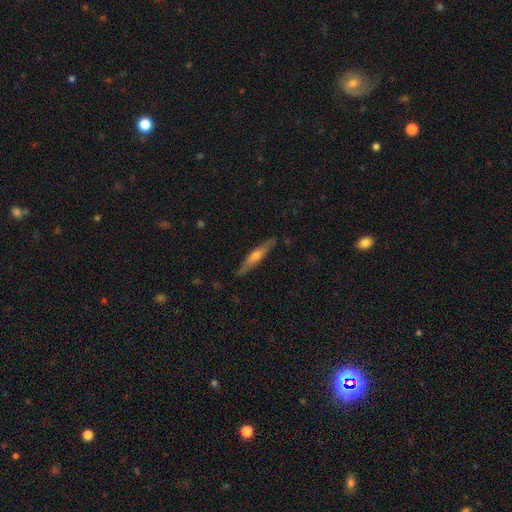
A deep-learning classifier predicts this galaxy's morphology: Smooth or featured? Predicted: featured or disk (p=0.58). Edge-on disk? Predicted: yes (p=0.92). Edge-on bulge? Predicted: rounded (p=0.81). Merging? Predicted: none (p=0.87).